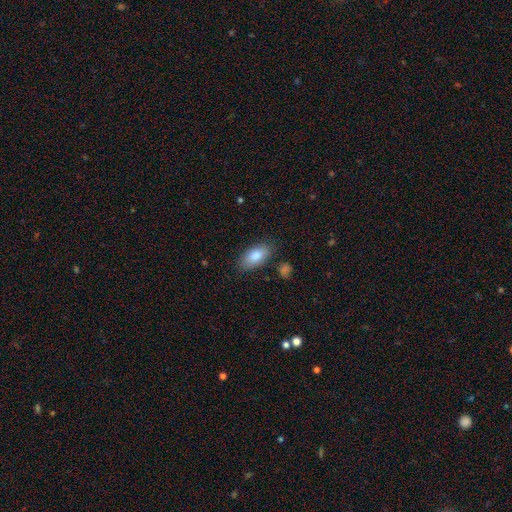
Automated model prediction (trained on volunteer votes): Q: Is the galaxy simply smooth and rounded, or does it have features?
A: smooth — 83%.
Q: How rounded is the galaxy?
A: in between — 91%.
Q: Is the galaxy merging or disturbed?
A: none — 83%.